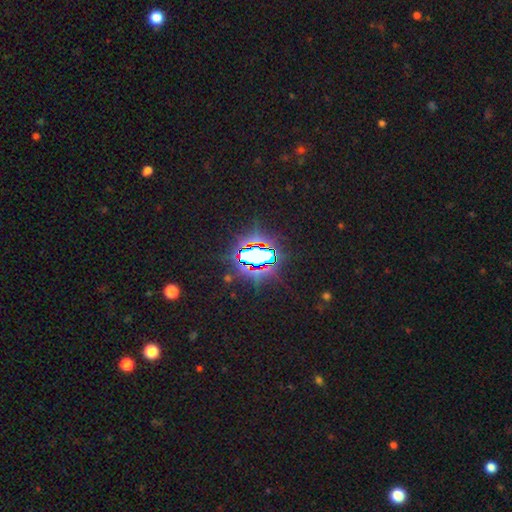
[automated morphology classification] smooth_or_featured: star or artifact (p=0.75) [alt: smooth p=0.14]